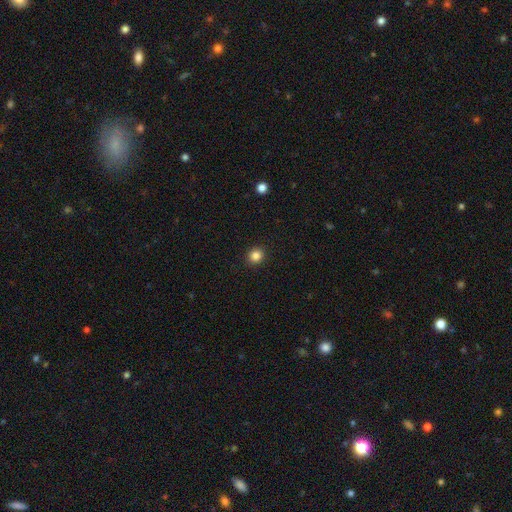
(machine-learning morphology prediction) This is clearly a smooth galaxy (85%). How rounded: clearly round (89%). Merging: clearly none (93%).